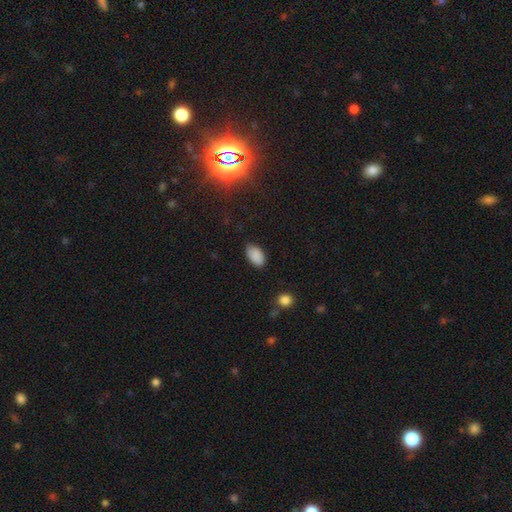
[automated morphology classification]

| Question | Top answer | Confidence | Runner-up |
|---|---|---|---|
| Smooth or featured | smooth | 88% | star or artifact (8%) |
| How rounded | in between | 94% | round (5%) |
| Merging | none | 83% | minor disturbance (13%) |